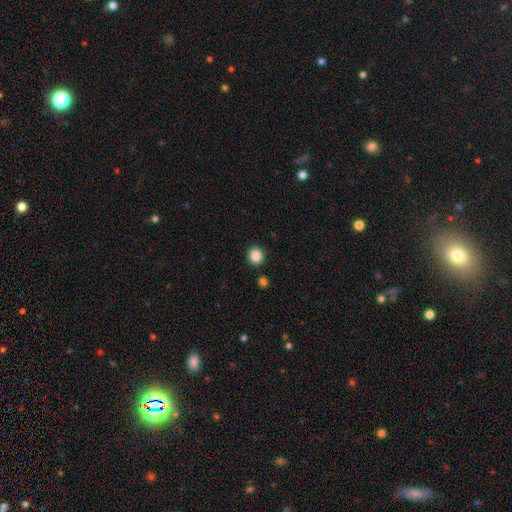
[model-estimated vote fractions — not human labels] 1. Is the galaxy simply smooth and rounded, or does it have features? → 86% smooth, 10% star or artifact, 4% featured or disk.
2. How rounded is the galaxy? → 87% round, 13% in between, 1% cigar-shaped.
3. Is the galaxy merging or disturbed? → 90% none, 6% minor disturbance, 3% merger, 2% major disturbance.